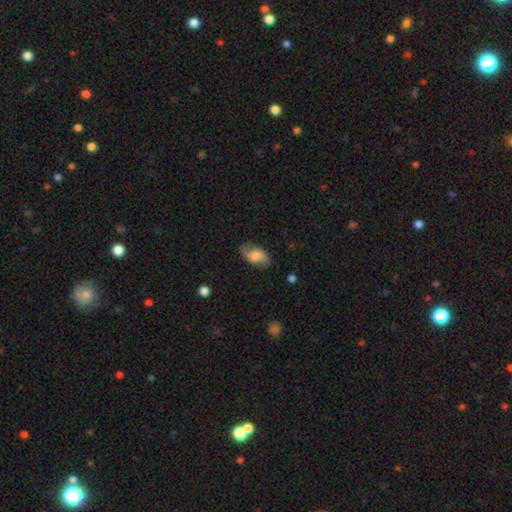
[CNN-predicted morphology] Smooth or featured: smooth — 59% (featured or disk — 33%)
How rounded: in between — 92% (round — 6%)
Merging: none — 72% (minor disturbance — 20%)